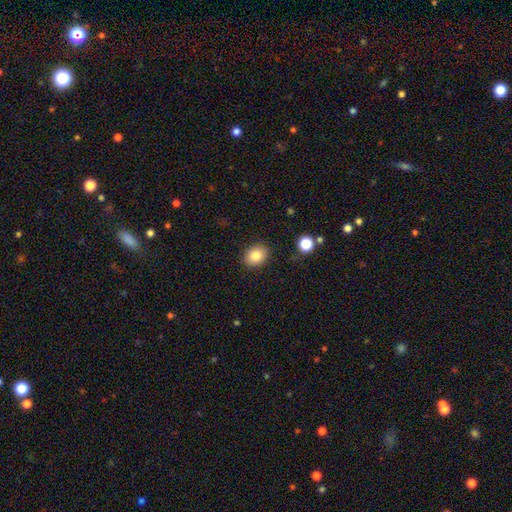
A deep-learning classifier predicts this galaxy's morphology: Smooth or featured? Predicted: smooth (p=0.84). How rounded? Predicted: in between (p=0.53). Merging? Predicted: none (p=0.88).